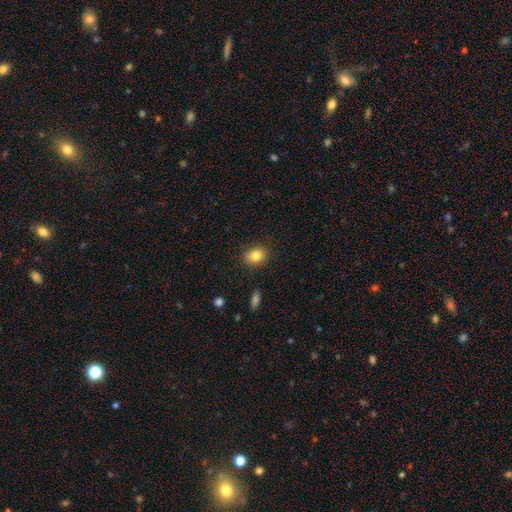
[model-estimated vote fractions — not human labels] Smooth or featured: smooth — 83% (star or artifact — 10%)
How rounded: round — 62% (in between — 37%)
Merging: none — 85% (minor disturbance — 11%)